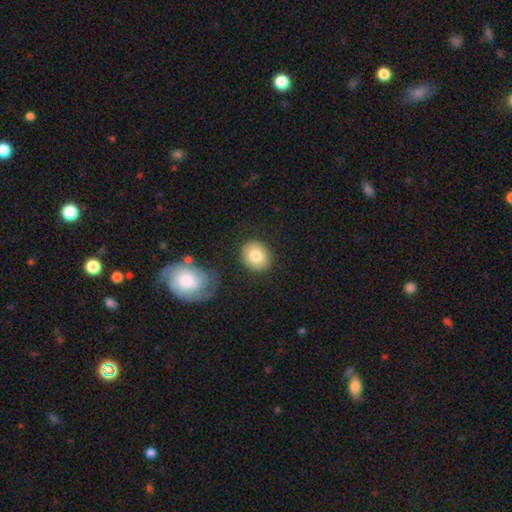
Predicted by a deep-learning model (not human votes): Smooth or featured? smooth (80%)
How rounded? round (76%)
Merging? none (84%)